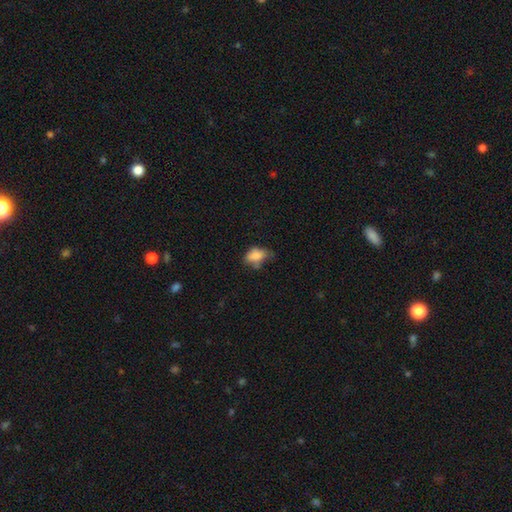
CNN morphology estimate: Overall: smooth (77%). How rounded: in between (83%). Merging: minor disturbance (38%; none 34%).